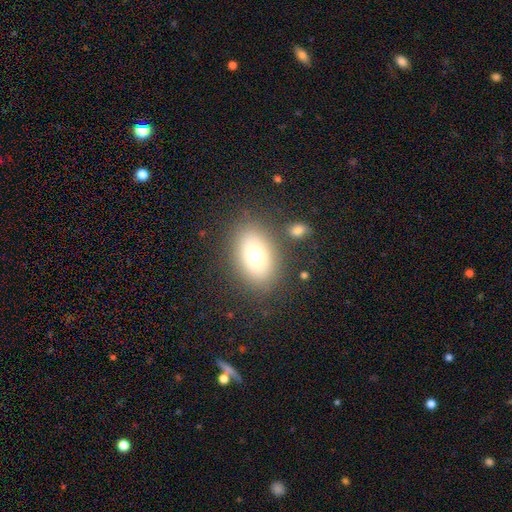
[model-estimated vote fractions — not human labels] A smooth galaxy with no disk features (73%) that is in between round and cigar-shaped (84%).

Vote fractions:
- Smooth or featured? smooth: 73% / featured or disk: 17% / star or artifact: 10%
- How rounded? in between: 84% / round: 15% / cigar-shaped: 2%
- Merging? none: 79% / minor disturbance: 11% / merger: 6% / major disturbance: 4%